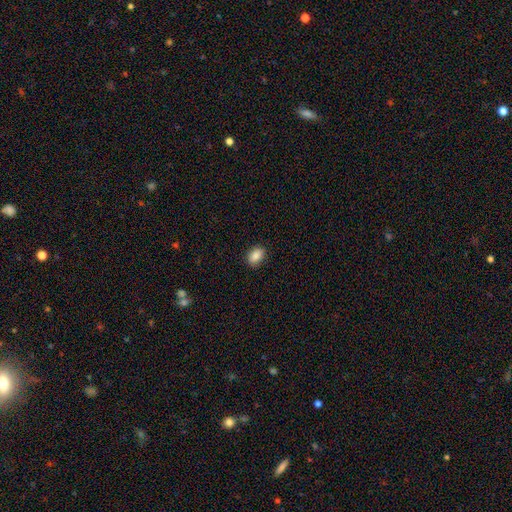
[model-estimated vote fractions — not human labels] Q: Smooth or featured?
A: smooth (86%); runner-up: star or artifact (8%)
Q: How rounded?
A: in between (83%); runner-up: round (16%)
Q: Merging?
A: none (88%); runner-up: minor disturbance (9%)